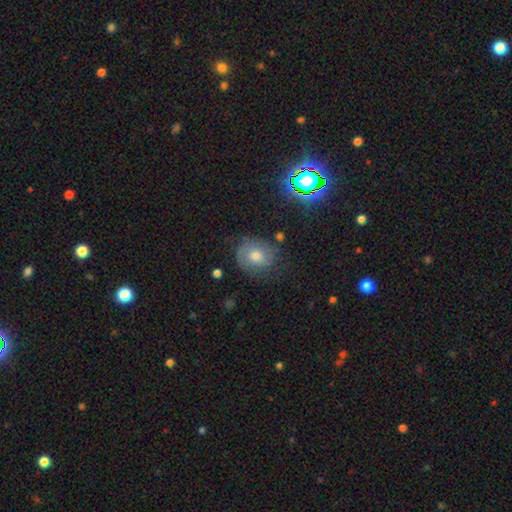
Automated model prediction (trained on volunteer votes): Morphology: type=smooth (43%); merging=none (71%).